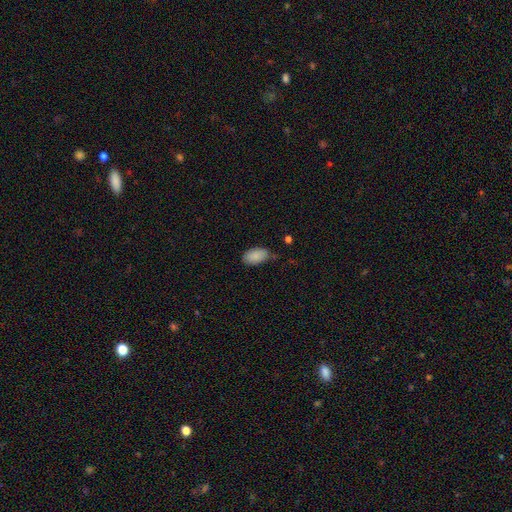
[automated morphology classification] type=smooth (88%); roundness=in between (94%); merging=none (75%).